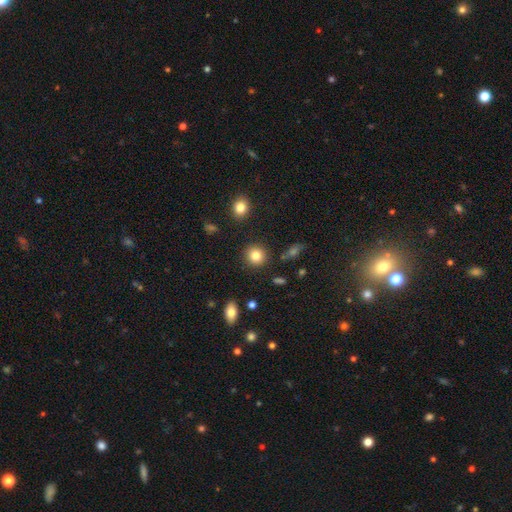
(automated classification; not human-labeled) Smooth or featured: smooth — 83% (star or artifact — 10%)
How rounded: round — 89% (in between — 10%)
Merging: none — 89% (minor disturbance — 6%)